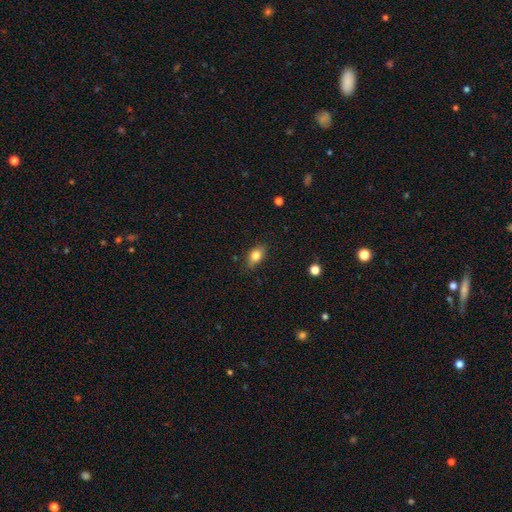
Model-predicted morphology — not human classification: smooth 79%, featured or disk 12%, star or artifact 9%. Down the decision tree: how rounded — in between (80%); merging — none (81%).